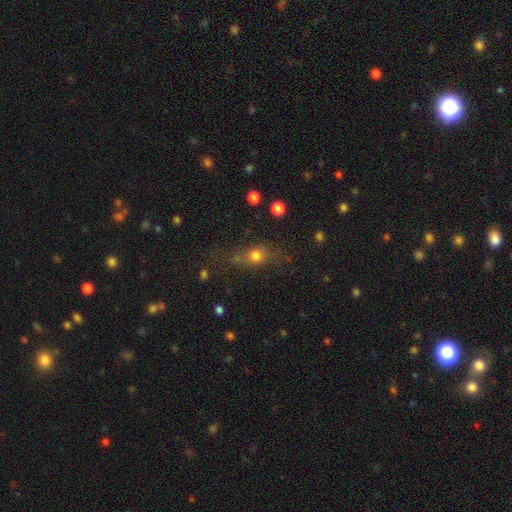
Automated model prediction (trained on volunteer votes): Smooth or featured?
  - smooth: 68% *
  - featured or disk: 16%
  - star or artifact: 16%
How rounded?
  - round: 43% *
  - in between: 42%
  - cigar-shaped: 15%
Merging?
  - none: 58% *
  - minor disturbance: 20%
  - major disturbance: 16%
  - merger: 6%